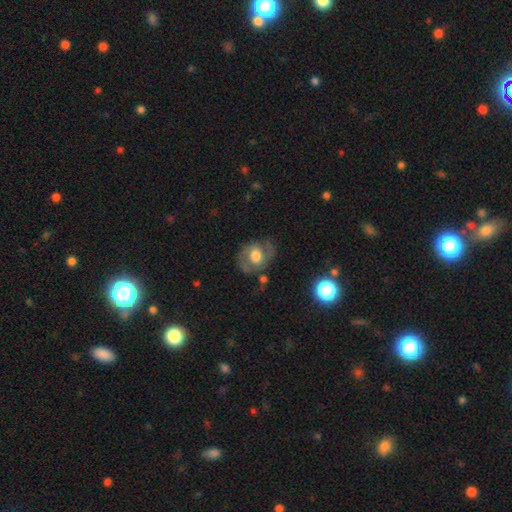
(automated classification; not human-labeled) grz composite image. It shows a featured or disk galaxy (57%) with no bar (66%), spiral arms (62%) and a large central bulge (45%, tied with moderate). Merging: none (65%).